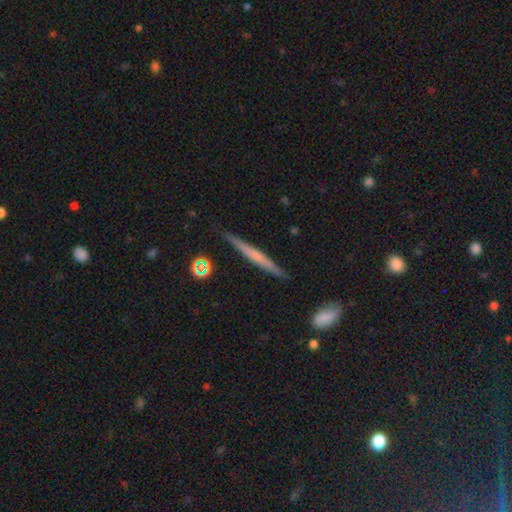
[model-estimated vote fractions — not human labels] A featured or disk galaxy (49%).

Vote fractions:
- Smooth or featured? featured or disk: 49% / smooth: 45% / star or artifact: 6%
- Merging? none: 89% / minor disturbance: 8% / major disturbance: 2% / merger: 2%